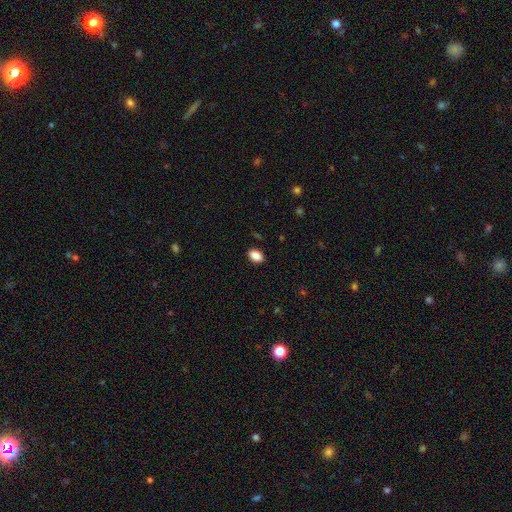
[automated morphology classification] Q: Smooth or featured?
A: smooth (89%); runner-up: star or artifact (8%)
Q: How rounded?
A: in between (87%); runner-up: round (11%)
Q: Merging?
A: none (89%); runner-up: minor disturbance (8%)